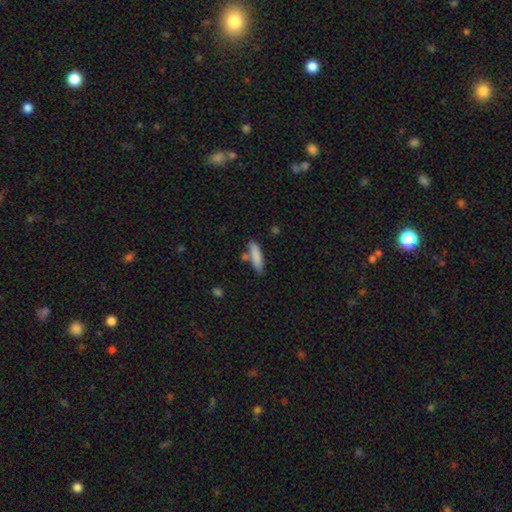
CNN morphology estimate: Smooth or featured? Predicted: smooth (p=0.84). How rounded? Predicted: cigar-shaped (p=0.70). Merging? Predicted: none (p=0.70).